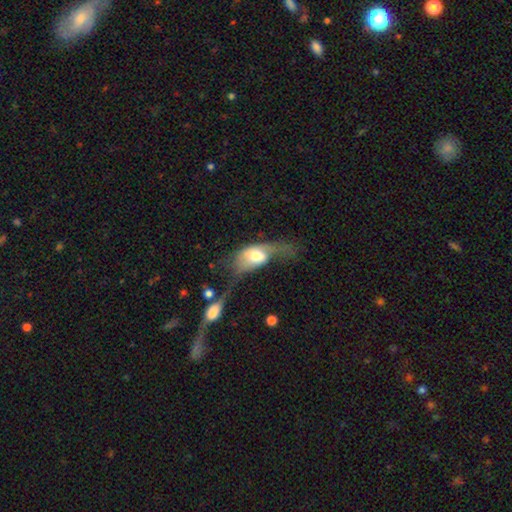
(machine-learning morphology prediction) smooth-or-featured: smooth: 53% | featured or disk: 40% | star or artifact: 6%
  how-rounded: in between: 85% | round: 11% | cigar-shaped: 4%
  merging: major disturbance: 48% | merger: 19% | minor disturbance: 17% | none: 16%